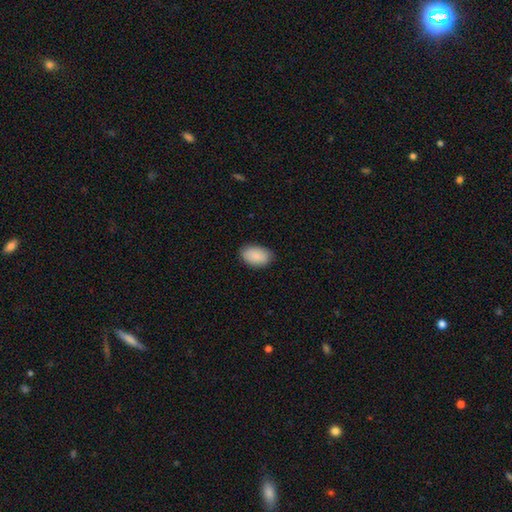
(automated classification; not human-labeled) A smooth galaxy with no disk features (89%) that is in between round and cigar-shaped (92%).

Vote fractions:
- Smooth or featured? smooth: 89% / star or artifact: 6% / featured or disk: 4%
- How rounded? in between: 92% / round: 7% / cigar-shaped: 1%
- Merging? none: 84% / minor disturbance: 13% / major disturbance: 2% / merger: 1%